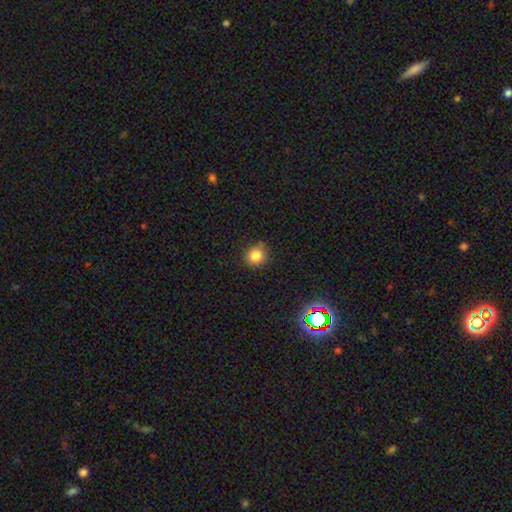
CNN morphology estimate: smooth-or-featured: smooth: 83% | star or artifact: 12% | featured or disk: 5%
  how-rounded: round: 86% | in between: 13% | cigar-shaped: 1%
  merging: none: 82% | minor disturbance: 14% | major disturbance: 3% | merger: 1%